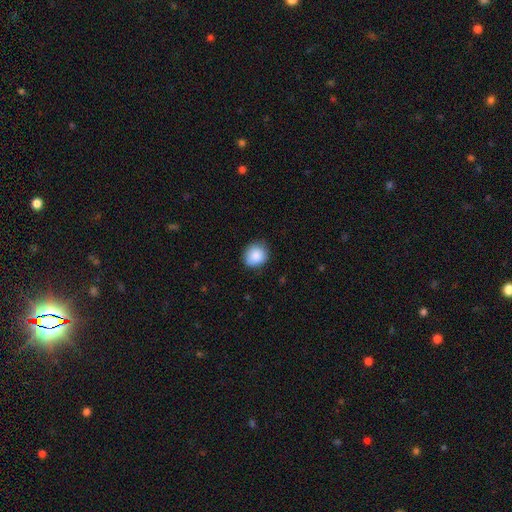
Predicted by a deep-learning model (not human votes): smooth 88%, star or artifact 8%, featured or disk 5%. Down the decision tree: how rounded — round (79%); merging — none (81%).